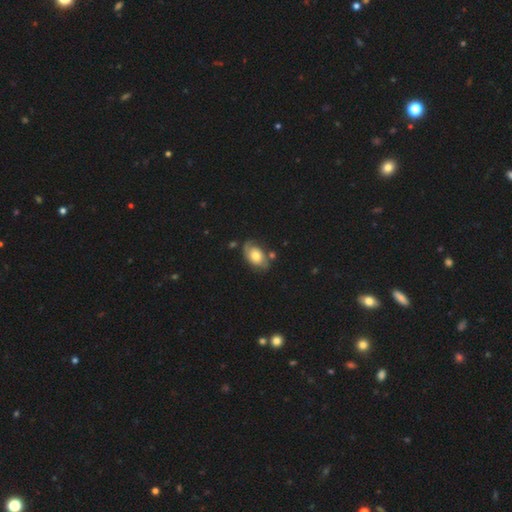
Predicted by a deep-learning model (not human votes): The model was most divided on "smooth or featured": smooth: 50%, featured or disk: 42%, star or artifact: 7%. More confident: how rounded — in between (87%); merging — none (62%).